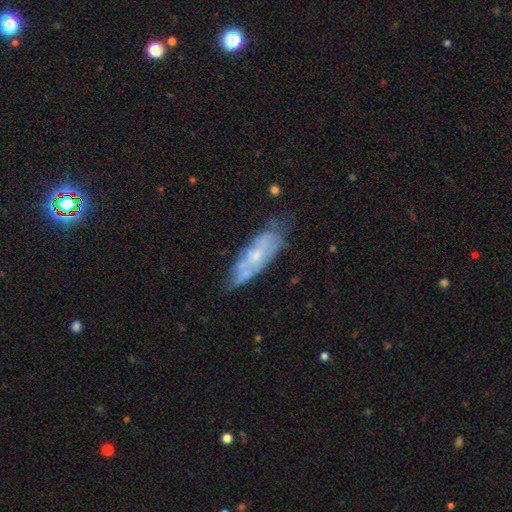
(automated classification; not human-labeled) Smooth or featured: featured or disk — 59% (smooth — 34%)
Edge-on disk: no — 80% (yes — 20%)
Merging: none — 53% (minor disturbance — 29%)